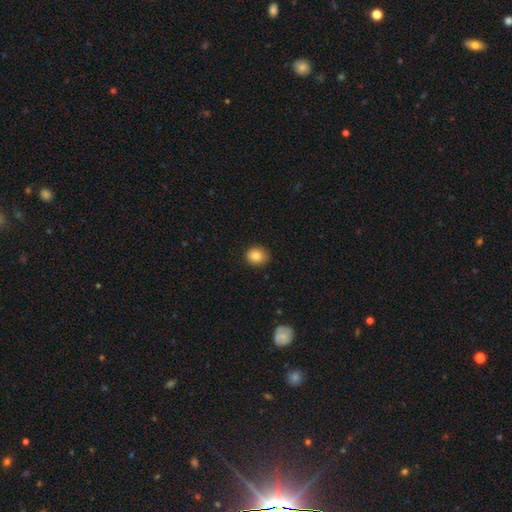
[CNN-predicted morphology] Smooth or featured? smooth (83%)
How rounded? round (73%)
Merging? none (86%)